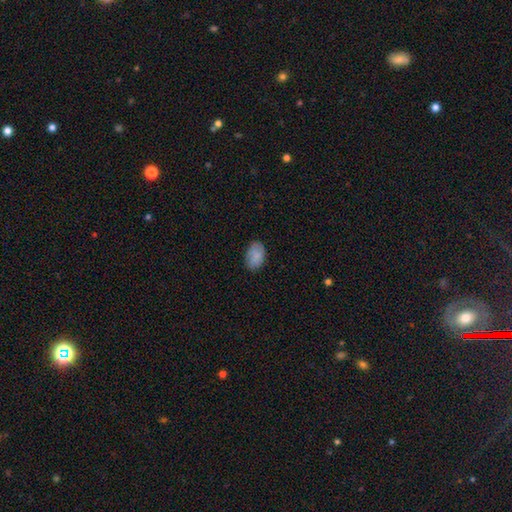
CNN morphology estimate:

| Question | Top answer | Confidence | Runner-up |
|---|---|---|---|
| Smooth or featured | smooth | 86% | star or artifact (7%) |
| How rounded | in between | 88% | round (11%) |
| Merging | none | 81% | minor disturbance (15%) |